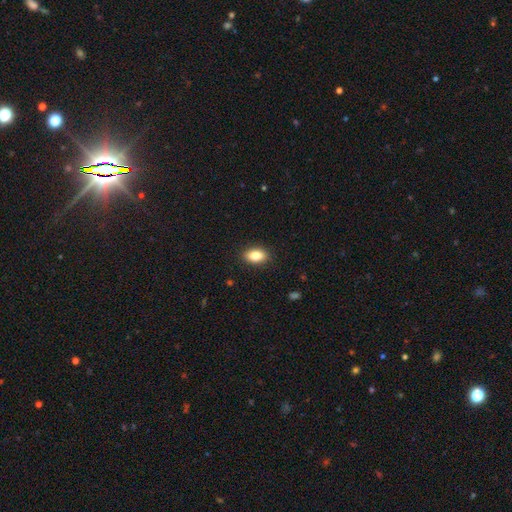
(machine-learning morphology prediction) A smooth galaxy with no disk features (85%) that is in between round and cigar-shaped (89%). Merging: none (89%).